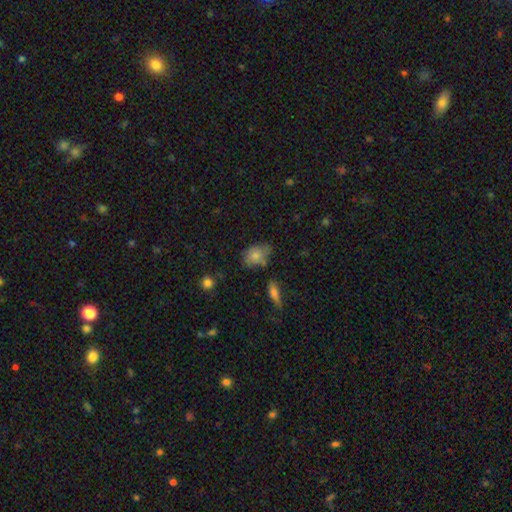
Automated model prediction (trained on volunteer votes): Q: Smooth or featured?
A: smooth (74%); runner-up: featured or disk (17%)
Q: How rounded?
A: in between (77%); runner-up: round (21%)
Q: Merging?
A: none (54%); runner-up: minor disturbance (30%)